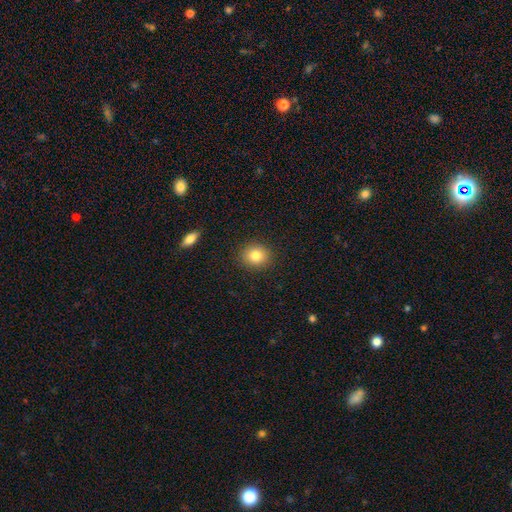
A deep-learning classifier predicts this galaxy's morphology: smooth 82%, star or artifact 10%, featured or disk 7%. Down the decision tree: how rounded — round (81%); merging — none (90%).